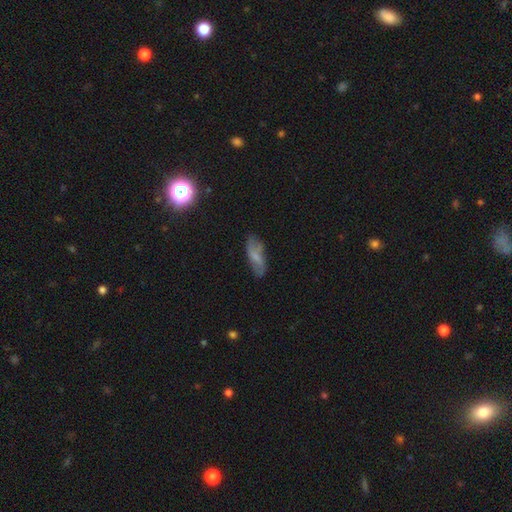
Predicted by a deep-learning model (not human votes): Smooth or featured?
  - smooth: 47% *
  - featured or disk: 44%
  - star or artifact: 9%
Merging?
  - none: 70% *
  - minor disturbance: 21%
  - major disturbance: 7%
  - merger: 2%